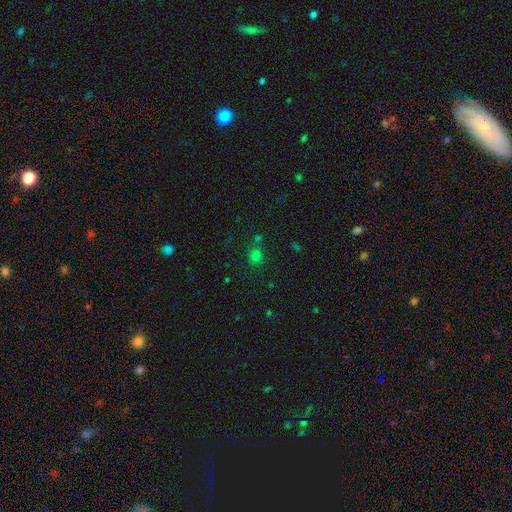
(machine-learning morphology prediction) Q: Smooth or featured?
A: smooth (69%); runner-up: star or artifact (25%)
Q: How rounded?
A: round (81%); runner-up: in between (17%)
Q: Merging?
A: none (73%); runner-up: merger (12%)